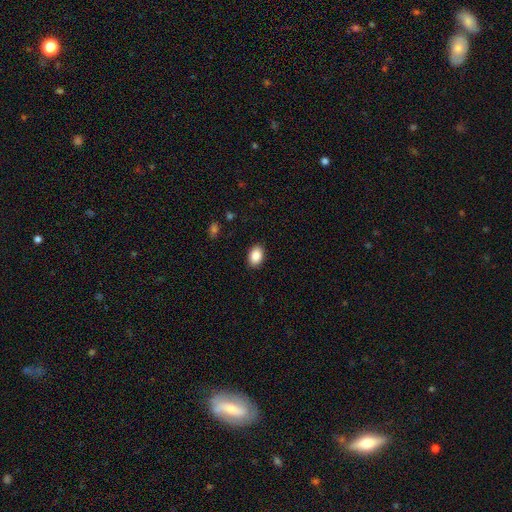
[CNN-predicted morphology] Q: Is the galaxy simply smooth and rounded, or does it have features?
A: smooth — 89%.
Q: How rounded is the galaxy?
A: in between — 85%.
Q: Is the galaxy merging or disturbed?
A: none — 89%.